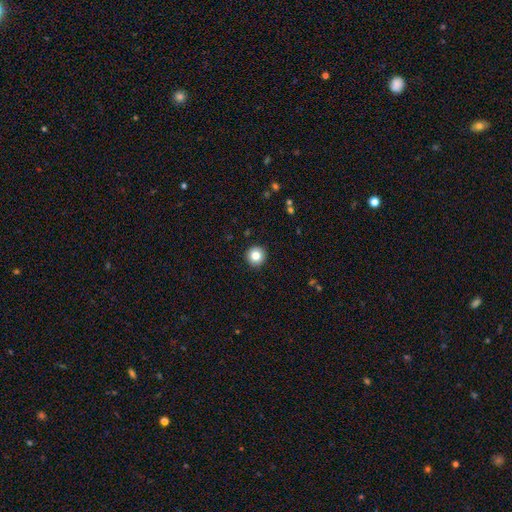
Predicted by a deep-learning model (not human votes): smooth-or-featured: smooth: 83% | star or artifact: 10% | featured or disk: 7%
  how-rounded: round: 96% | in between: 3% | cigar-shaped: 1%
  merging: none: 93% | minor disturbance: 4% | major disturbance: 1% | merger: 1%